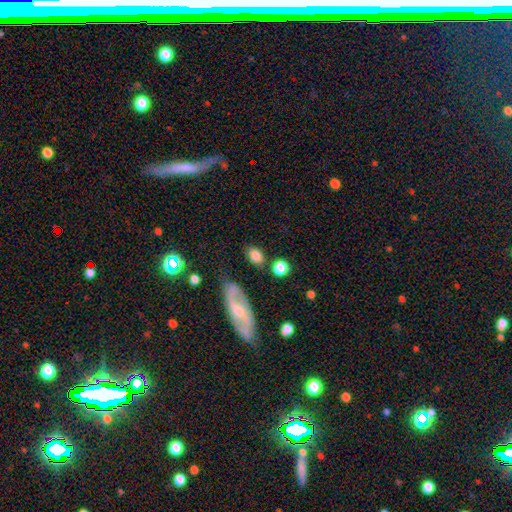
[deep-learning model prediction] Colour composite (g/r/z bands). It shows a smooth galaxy with no disk features (78%) that is in between round and cigar-shaped (73%). Merging: none (76%).